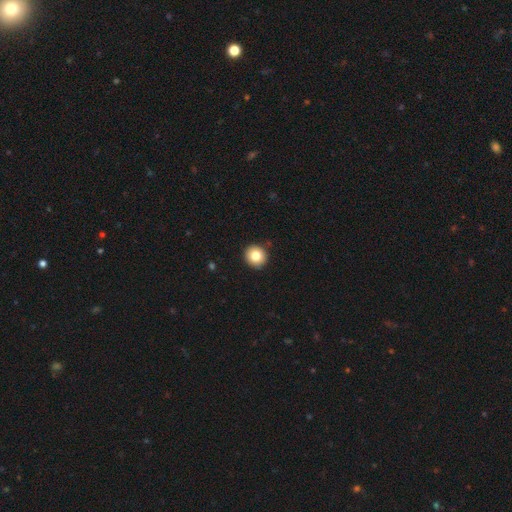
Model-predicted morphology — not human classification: Smooth or featured? Predicted: smooth (p=0.81). How rounded? Predicted: round (p=0.93). Merging? Predicted: none (p=0.92).